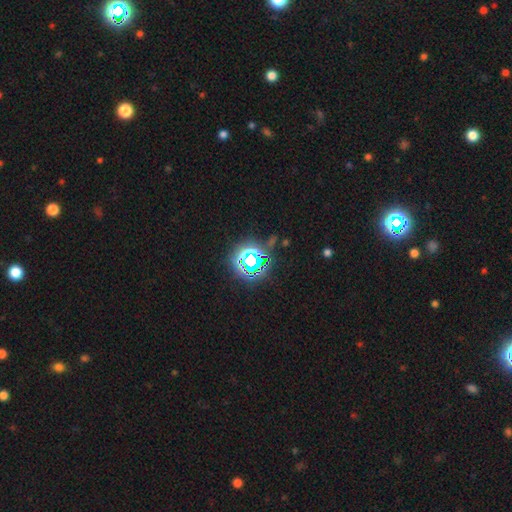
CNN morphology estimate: Smooth or featured?
  - star or artifact: 78% *
  - smooth: 14%
  - featured or disk: 7%